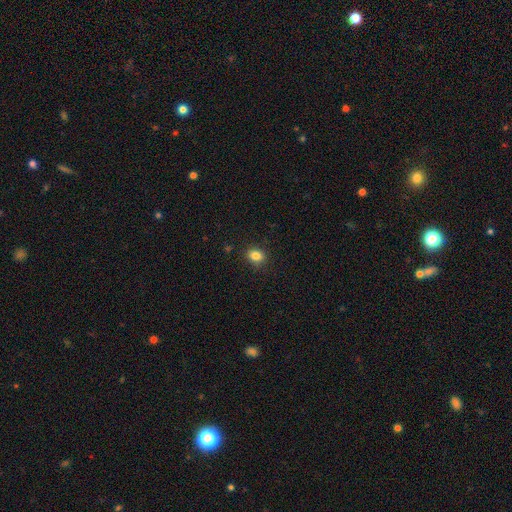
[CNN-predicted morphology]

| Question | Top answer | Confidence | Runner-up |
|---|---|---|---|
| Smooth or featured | smooth | 84% | star or artifact (10%) |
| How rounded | in between | 50% | round (48%) |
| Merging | none | 88% | minor disturbance (9%) |